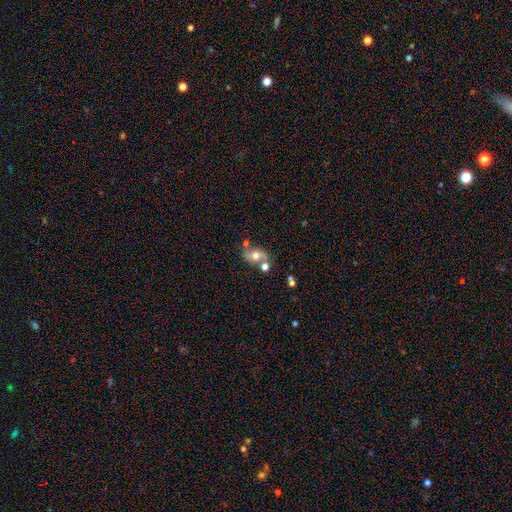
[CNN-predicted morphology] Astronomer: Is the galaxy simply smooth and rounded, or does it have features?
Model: featured or disk — 52% (runner-up: smooth, 38%).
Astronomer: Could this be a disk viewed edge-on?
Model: no — 93%.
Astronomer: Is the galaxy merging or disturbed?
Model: none — 56%.